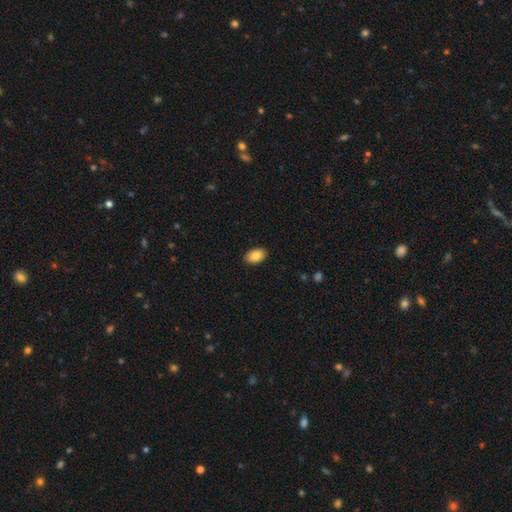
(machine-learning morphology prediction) Q: Smooth or featured?
A: smooth (85%); runner-up: featured or disk (8%)
Q: How rounded?
A: in between (92%); runner-up: round (7%)
Q: Merging?
A: none (89%); runner-up: minor disturbance (8%)